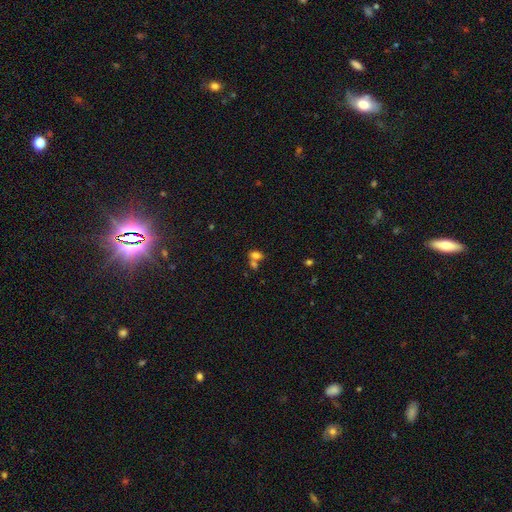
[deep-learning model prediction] This is likely a smooth galaxy (74%). How rounded: likely in between (79%). Merging: possibly merger (48%).